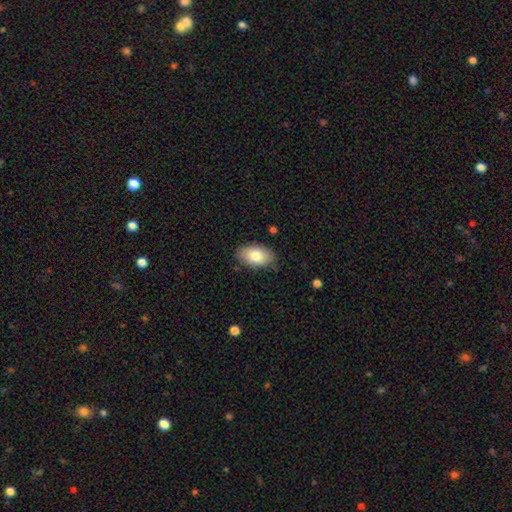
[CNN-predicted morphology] smooth 80%, featured or disk 13%, star or artifact 7%. Down the decision tree: how rounded — in between (93%); merging — none (83%).